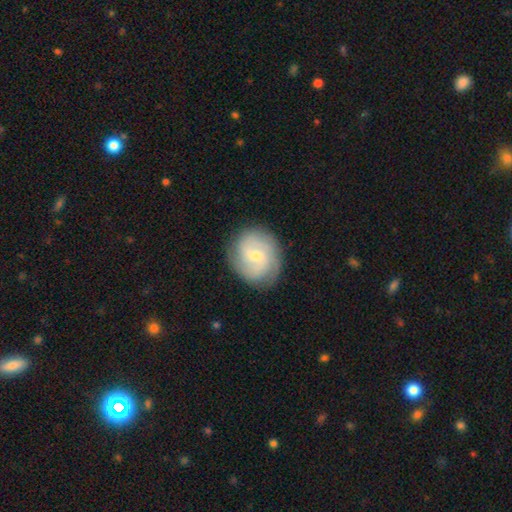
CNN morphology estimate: smooth-or-featured: featured or disk: 70% | smooth: 23% | star or artifact: 7%
  disk-edge-on: no: 97% | yes: 3%
    bar: weak: 50% | no: 41% | strong: 9%
    has-spiral-arms: yes: 93% | no: 7%
      spiral-winding: tight: 46% | medium: 41% | loose: 14%
      spiral-arm-count: 2: 38% | 3: 24% | can't tell: 23% | 4: 7% | 1: 4% | more than 4: 4%
    bulge-size: small: 59% | moderate: 37% | large: 2% | none: 2% | dominant: 1%
  merging: none: 84% | minor disturbance: 12% | major disturbance: 4% | merger: 1%